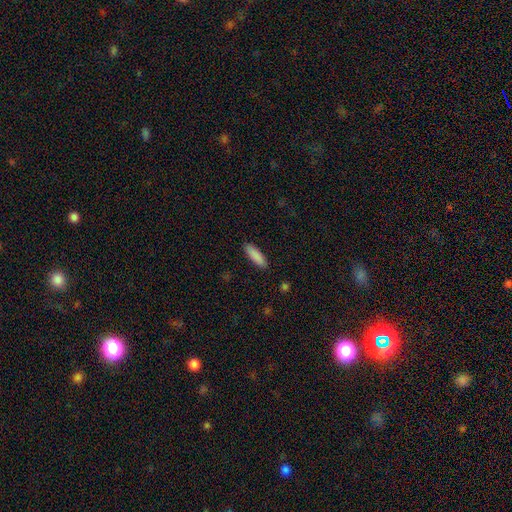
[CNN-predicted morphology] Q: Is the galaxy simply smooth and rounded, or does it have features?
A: smooth — 89%.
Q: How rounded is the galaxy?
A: cigar-shaped — 56%.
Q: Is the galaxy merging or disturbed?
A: none — 89%.